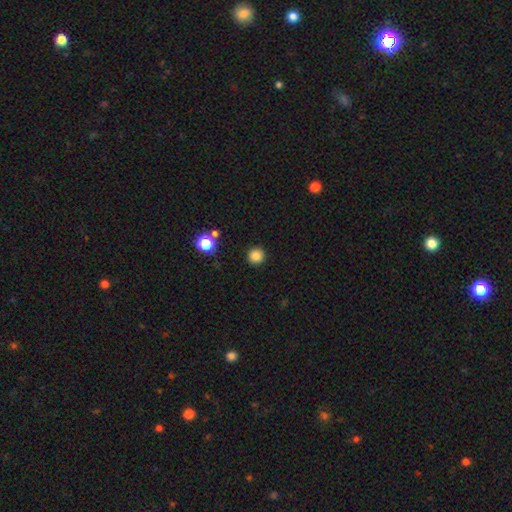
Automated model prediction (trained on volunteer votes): Smooth or featured: smooth — 84% (star or artifact — 12%)
How rounded: round — 95% (in between — 4%)
Merging: none — 91% (minor disturbance — 5%)